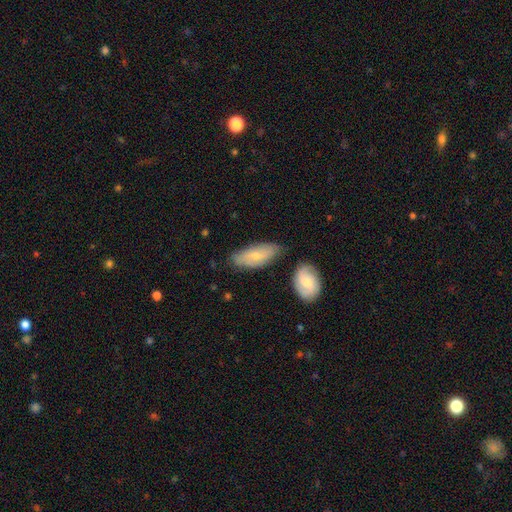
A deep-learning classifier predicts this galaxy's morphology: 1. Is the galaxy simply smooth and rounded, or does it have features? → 57% smooth, 37% featured or disk, 6% star or artifact.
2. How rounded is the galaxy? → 83% in between, 15% cigar-shaped, 3% round.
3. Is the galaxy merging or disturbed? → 64% none, 23% minor disturbance, 8% merger, 5% major disturbance.